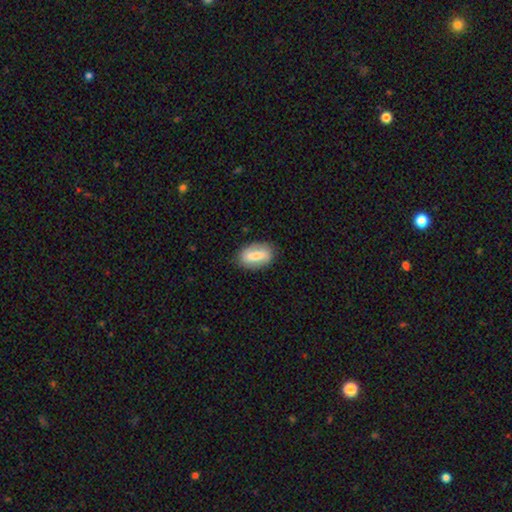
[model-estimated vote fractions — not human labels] Smooth or featured?
  - smooth: 61% *
  - featured or disk: 32%
  - star or artifact: 6%
How rounded?
  - in between: 88% *
  - cigar-shaped: 6%
  - round: 6%
Merging?
  - none: 82% *
  - minor disturbance: 14%
  - major disturbance: 3%
  - merger: 1%